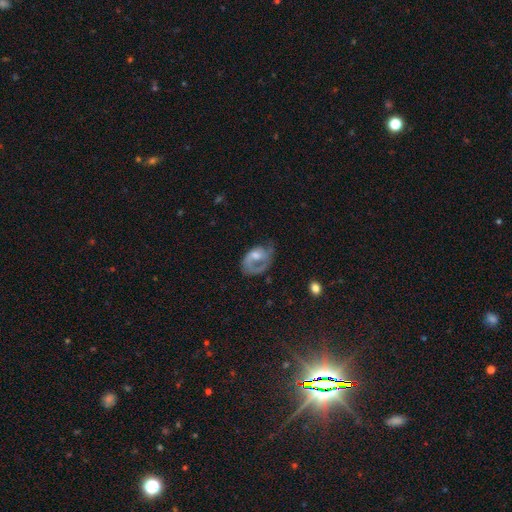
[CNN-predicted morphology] The model was most divided on "merging": major disturbance: 39%, none: 36%, minor disturbance: 22%, merger: 3%. Remaining: edge-on disk — no (97%); spiral arms — yes (78%); smooth or featured — featured or disk (65%); bar — no (65%); bulge size — moderate (45%).